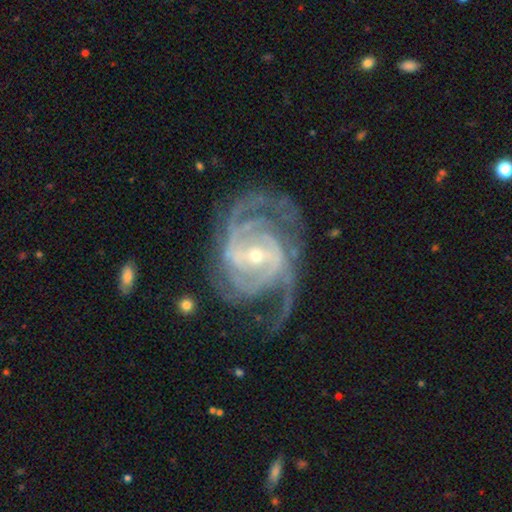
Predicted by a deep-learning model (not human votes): This appears to be a featured or disk galaxy (92%) with a weak bar (41%), 2 (31%) medium (46%) spiral arms (98%) and a small central bulge (72%). Merging: none (63%).